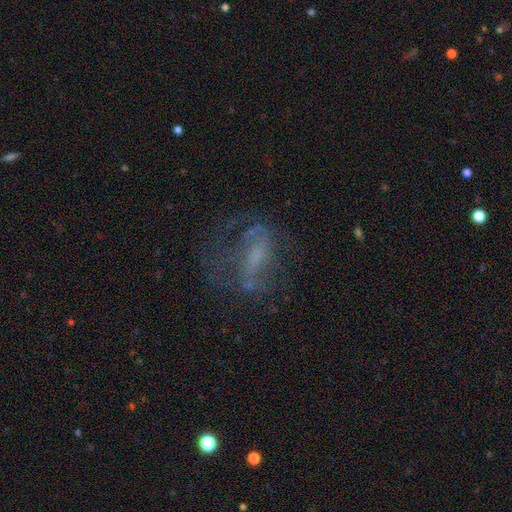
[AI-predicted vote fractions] Smooth or featured? featured or disk (57%)
Edge-on disk? no (94%)
Bar? no (48%)
Spiral arms? no (59%)
Bulge size? none (41%)
Merging? none (44%)